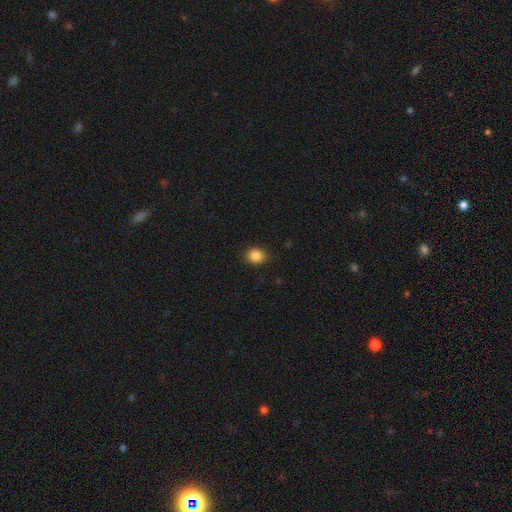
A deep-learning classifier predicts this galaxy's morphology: A smooth galaxy with no disk features (85%) that is round (67%). Merging: none (84%).